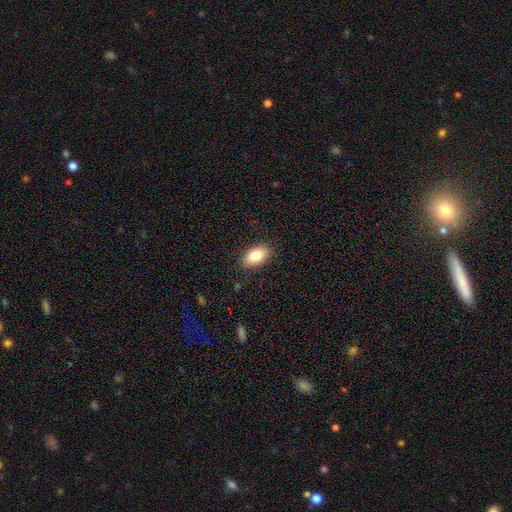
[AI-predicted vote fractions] A smooth galaxy with no disk features (85%) that is in between round and cigar-shaped (93%).

Vote fractions:
- Smooth or featured? smooth: 85% / featured or disk: 8% / star or artifact: 7%
- How rounded? in between: 93% / round: 5% / cigar-shaped: 2%
- Merging? none: 86% / minor disturbance: 11% / major disturbance: 3% / merger: 1%